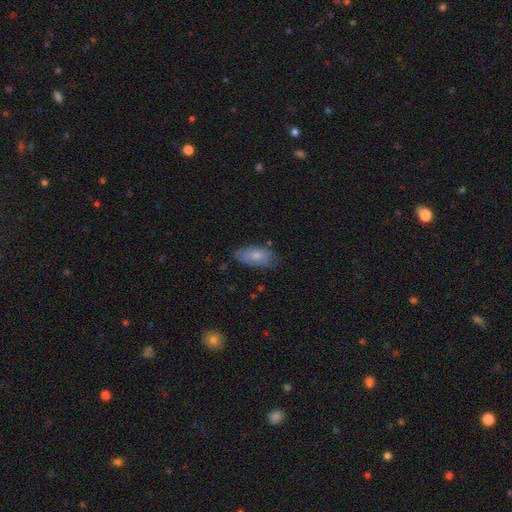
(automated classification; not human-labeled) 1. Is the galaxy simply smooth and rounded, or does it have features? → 75% smooth, 18% featured or disk, 6% star or artifact.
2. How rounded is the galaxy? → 88% in between, 9% cigar-shaped, 3% round.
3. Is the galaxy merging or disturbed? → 70% none, 23% minor disturbance, 5% major disturbance, 2% merger.